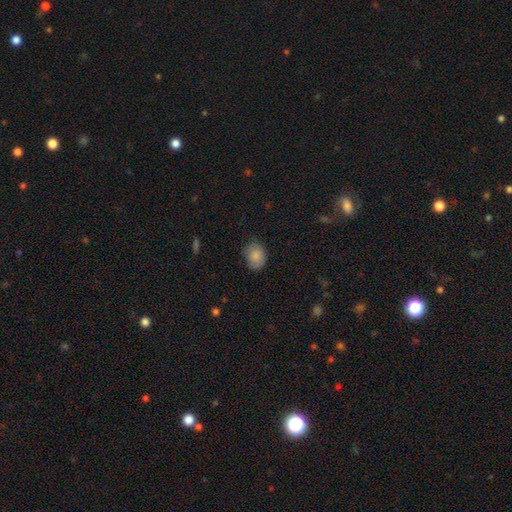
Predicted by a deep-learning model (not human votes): Smooth or featured?
  - smooth: 86% *
  - star or artifact: 7%
  - featured or disk: 7%
How rounded?
  - in between: 64% *
  - round: 35%
  - cigar-shaped: 1%
Merging?
  - none: 77% *
  - minor disturbance: 19%
  - major disturbance: 4%
  - merger: 1%